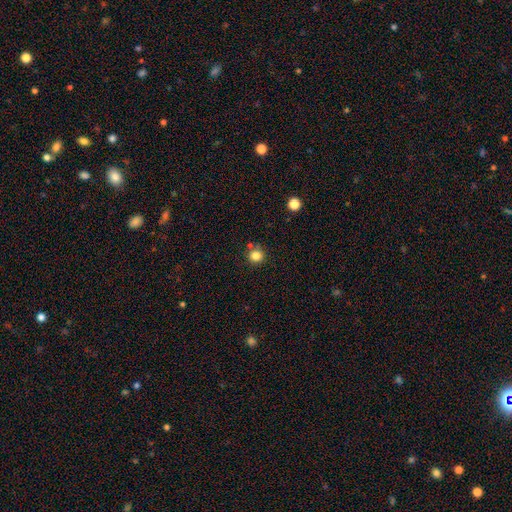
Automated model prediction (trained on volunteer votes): Overall: smooth (83%). How rounded: round (93%). Merging: none (80%).